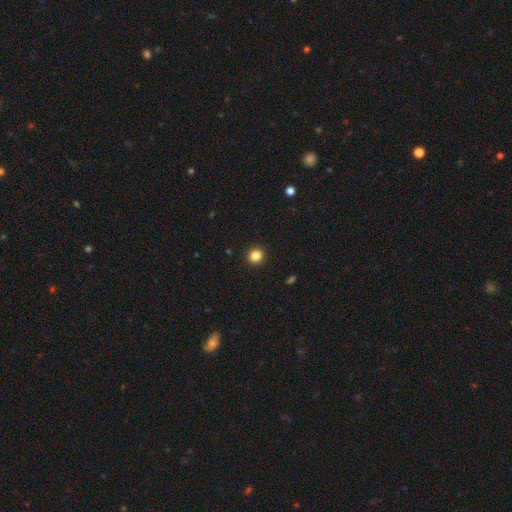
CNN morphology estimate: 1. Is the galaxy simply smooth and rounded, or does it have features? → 85% smooth, 11% star or artifact, 4% featured or disk.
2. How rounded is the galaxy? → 86% round, 13% in between, 1% cigar-shaped.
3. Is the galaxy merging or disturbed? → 93% none, 5% minor disturbance, 2% major disturbance, 1% merger.